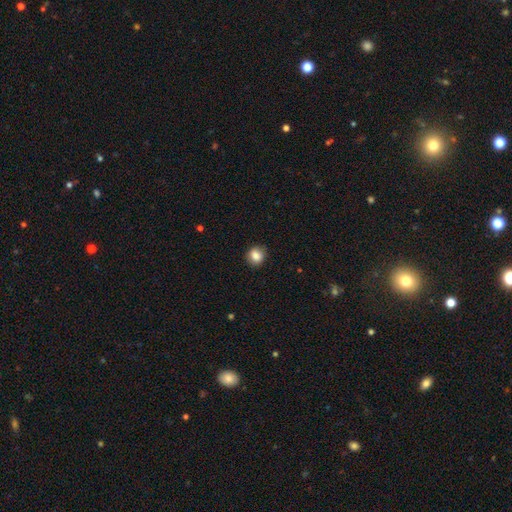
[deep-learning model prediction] Morphology: type=smooth (84%); roundness=round (72%); merging=none (86%).